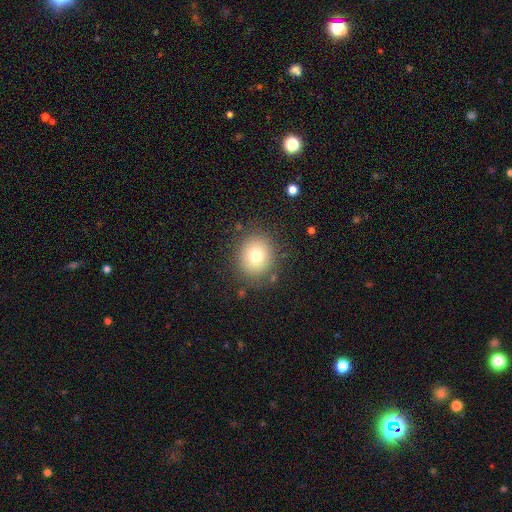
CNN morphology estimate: type=smooth (74%); roundness=round (80%); merging=none (85%).